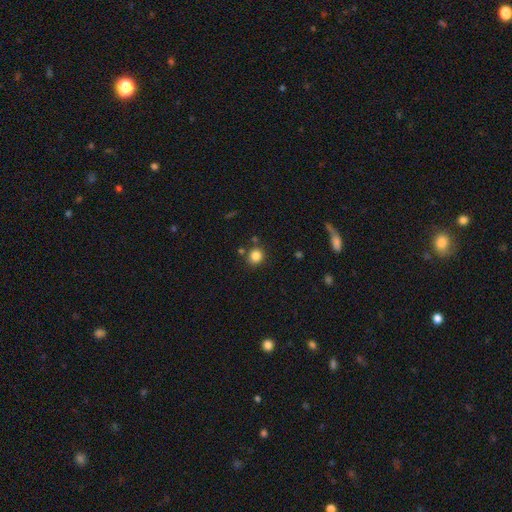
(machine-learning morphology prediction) The model was most divided on "how rounded": round: 83%, in between: 16%, cigar-shaped: 1%. More confident: smooth or featured — smooth (83%); merging — none (81%).